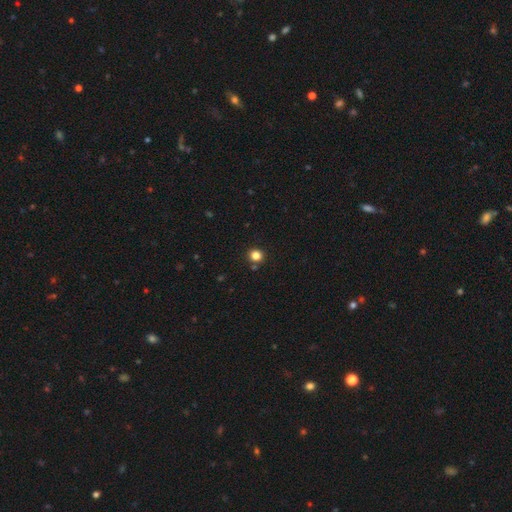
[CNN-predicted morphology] A smooth galaxy with no disk features (82%) that is round (91%). Merging: none (88%).